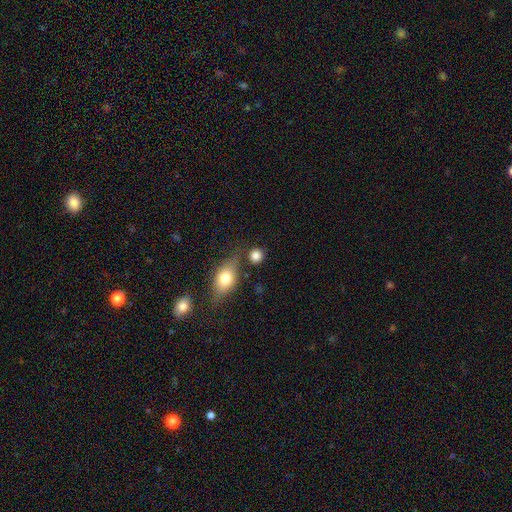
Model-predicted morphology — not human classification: smooth_or_featured: smooth (p=0.83) [alt: star or artifact p=0.10]
how_rounded: round (p=0.80) [alt: in between p=0.18]
merging: none (p=0.71) [alt: merger p=0.12]